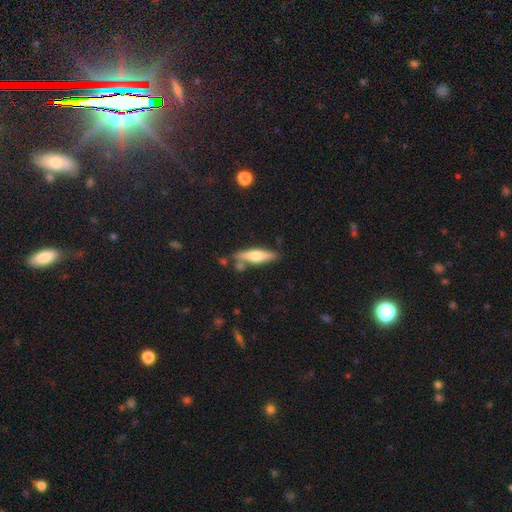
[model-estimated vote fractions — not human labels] Smooth or featured?
  - featured or disk: 49% *
  - smooth: 45%
  - star or artifact: 6%
Merging?
  - none: 76% *
  - minor disturbance: 14%
  - merger: 7%
  - major disturbance: 3%